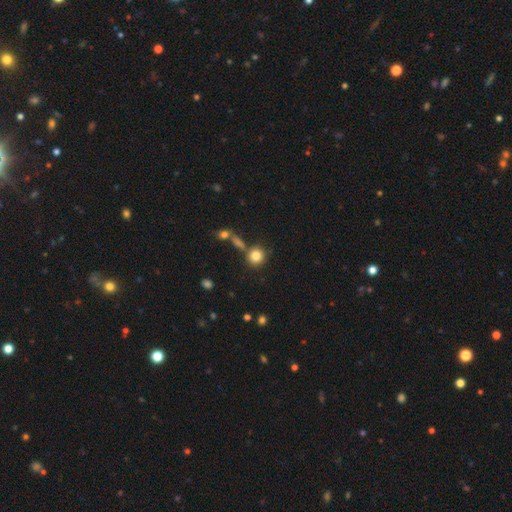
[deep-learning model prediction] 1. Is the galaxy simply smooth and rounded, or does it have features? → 83% smooth, 11% star or artifact, 6% featured or disk.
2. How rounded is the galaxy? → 87% round, 11% in between, 1% cigar-shaped.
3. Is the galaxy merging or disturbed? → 69% none, 16% merger, 11% minor disturbance, 5% major disturbance.